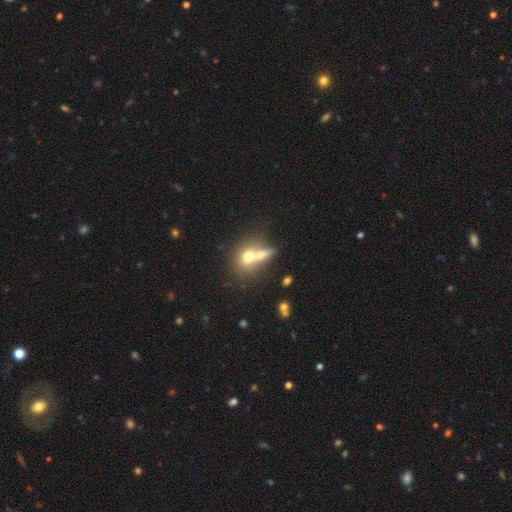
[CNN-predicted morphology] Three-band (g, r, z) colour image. It shows a smooth galaxy with no disk features (64%) that is round (57%). Merging: merger (58%).